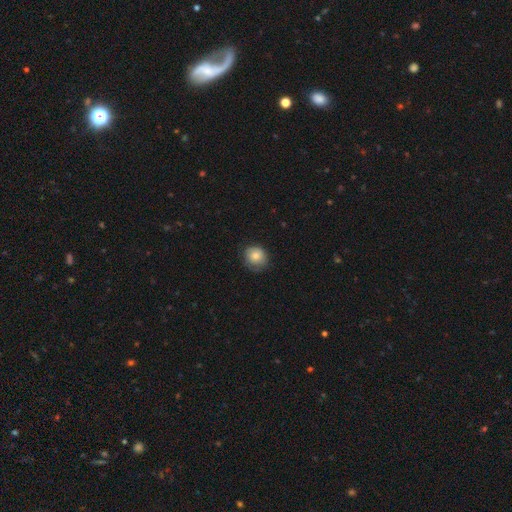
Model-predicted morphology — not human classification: This is likely a smooth galaxy (78%). How rounded: clearly round (83%). Merging: likely none (70%).